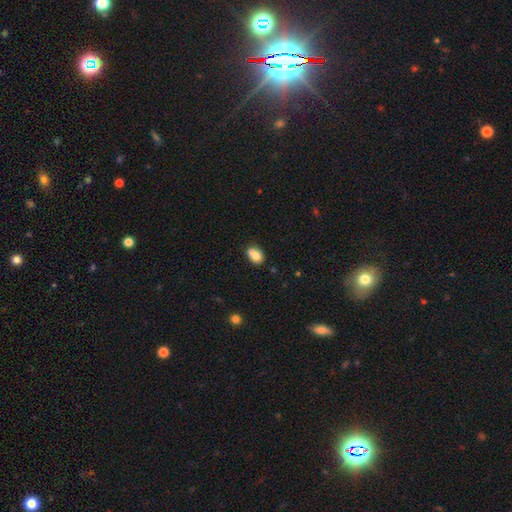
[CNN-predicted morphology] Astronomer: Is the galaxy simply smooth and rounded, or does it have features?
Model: smooth — 76%.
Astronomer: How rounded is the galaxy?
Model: in between — 70%.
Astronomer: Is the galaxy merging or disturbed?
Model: none — 46% (runner-up: merger, 32%).